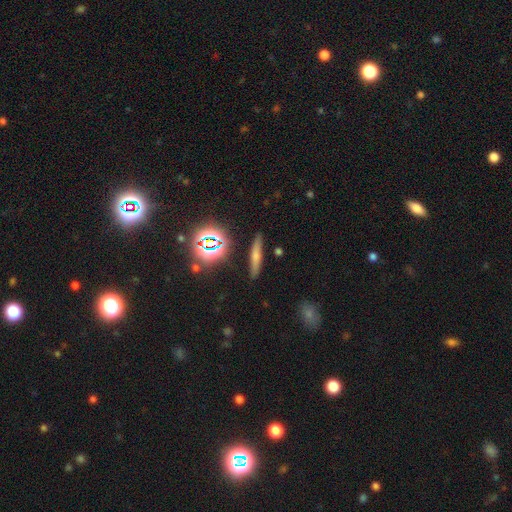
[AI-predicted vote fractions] Smooth or featured? smooth (54%)
How rounded? cigar-shaped (84%)
Merging? none (86%)